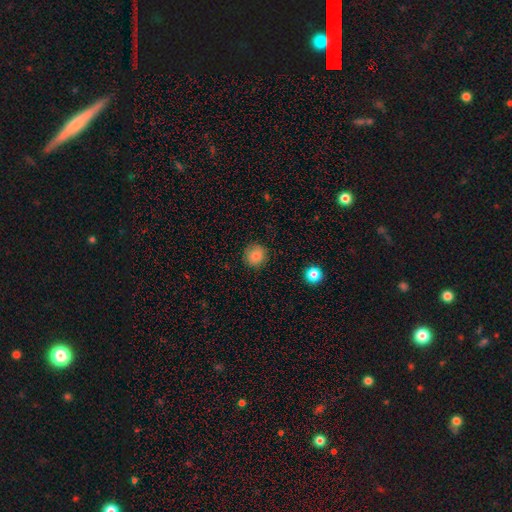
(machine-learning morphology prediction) The model was most divided on "smooth or featured": smooth: 83%, star or artifact: 10%, featured or disk: 7%. More confident: how rounded — round (92%); merging — none (89%).